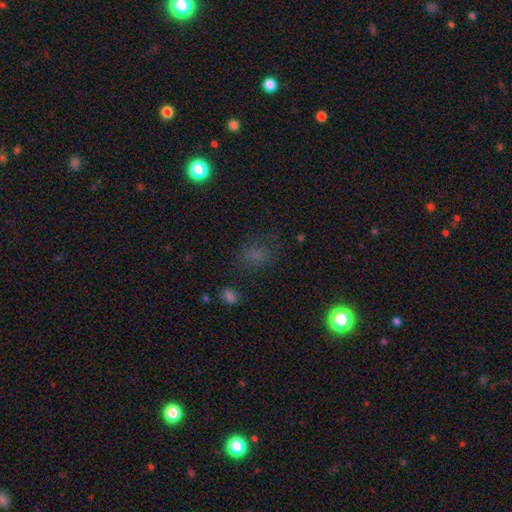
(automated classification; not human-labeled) Overall: smooth (63%; star or artifact 27%). How rounded: in between (63%; round 35%). Merging: none (68%).